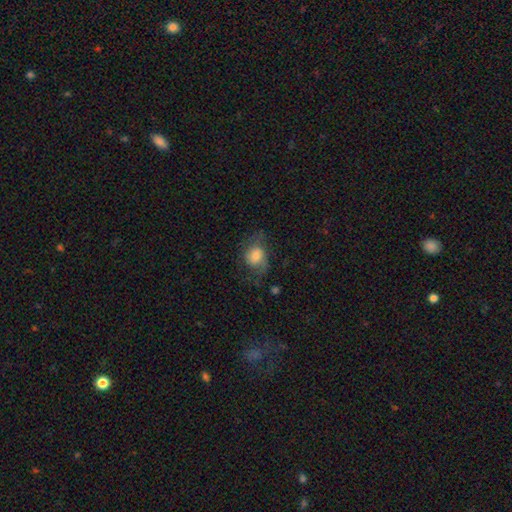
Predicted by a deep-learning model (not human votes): smooth 61%, featured or disk 30%, star or artifact 9%. Down the decision tree: how rounded — round (50%); merging — none (52%).